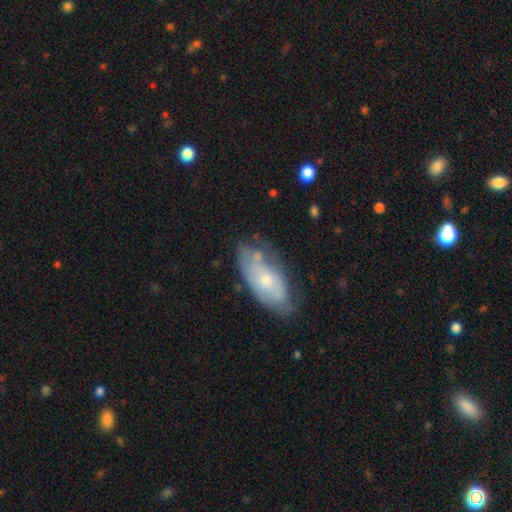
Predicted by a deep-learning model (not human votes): Overall: featured or disk (47%; smooth 46%). Merging: none (47%; minor disturbance 32%).